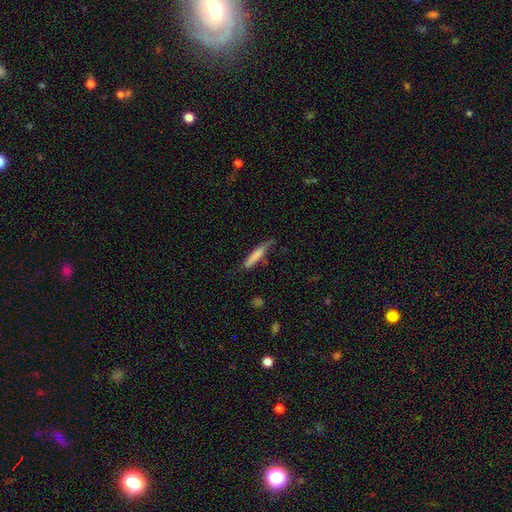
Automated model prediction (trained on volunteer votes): A smooth galaxy with no disk features (74%) that is cigar-shaped (89%). Merging: none (59%).